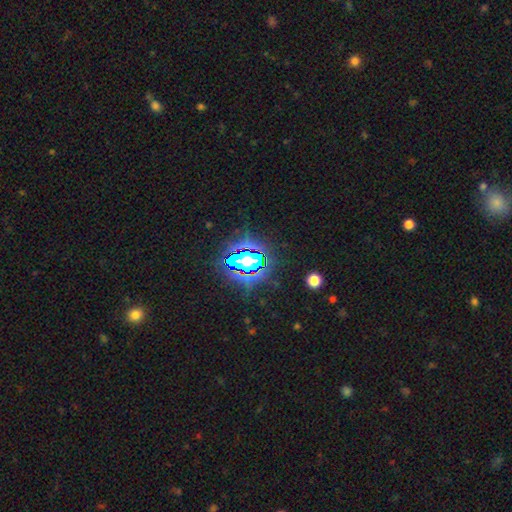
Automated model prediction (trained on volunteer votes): star or artifact 83%, smooth 11%, featured or disk 7%.